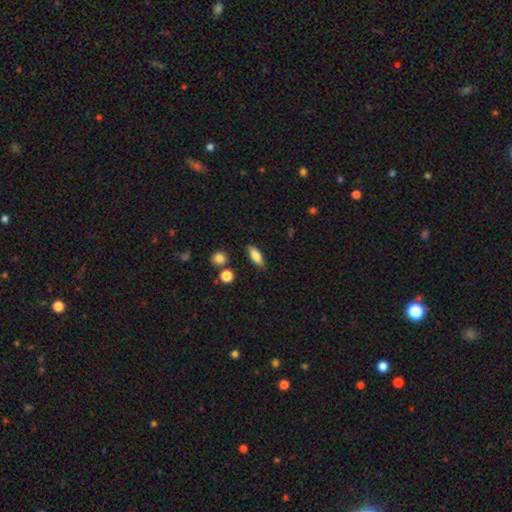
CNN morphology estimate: Smooth or featured? Predicted: smooth (p=0.80). How rounded? Predicted: in between (p=0.73). Merging? Predicted: none (p=0.84).